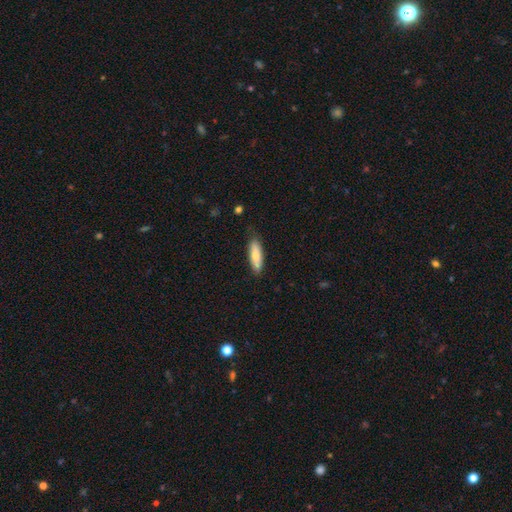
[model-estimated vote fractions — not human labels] Q: Smooth or featured?
A: smooth (77%); runner-up: featured or disk (17%)
Q: How rounded?
A: cigar-shaped (57%); runner-up: in between (41%)
Q: Merging?
A: none (82%); runner-up: minor disturbance (15%)